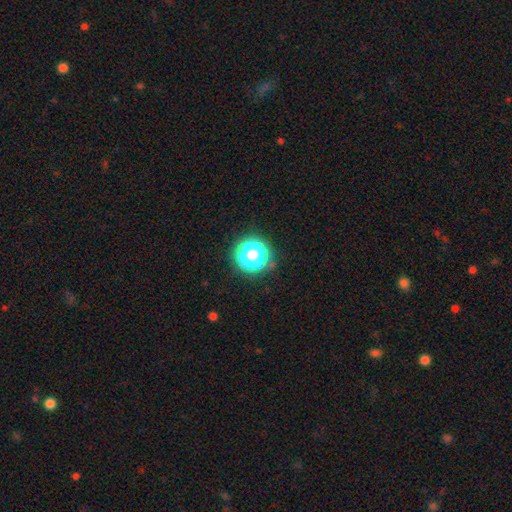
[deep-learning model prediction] A smooth galaxy with no disk features (50%).

Vote fractions:
- Smooth or featured? smooth: 50% / star or artifact: 45% / featured or disk: 6%
- Merging? none: 88% / minor disturbance: 7% / major disturbance: 3% / merger: 2%